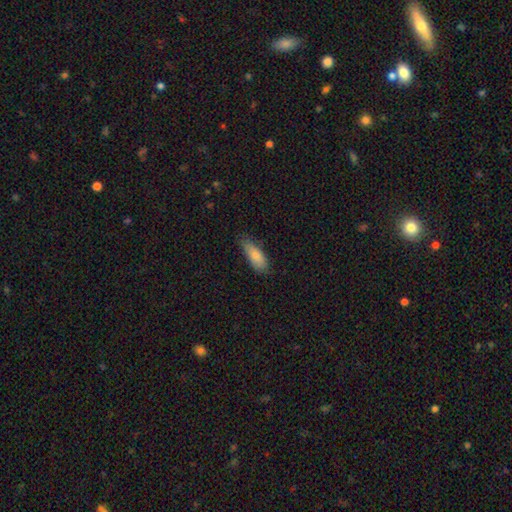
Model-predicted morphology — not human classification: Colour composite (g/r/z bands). It shows a smooth galaxy with no disk features (81%) that is in between round and cigar-shaped (74%). Merging: none (69%).